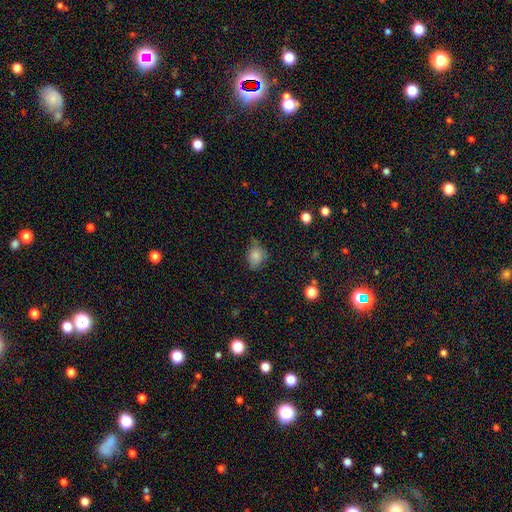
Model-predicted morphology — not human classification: Overall: smooth (82%). How rounded: in between (55%; round 44%). Merging: none (62%; minor disturbance 29%).